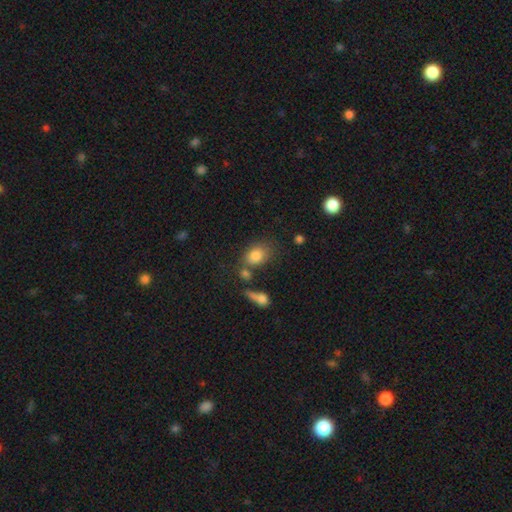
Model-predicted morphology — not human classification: This is clearly a smooth galaxy (81%). How rounded: likely in between (67%). Merging: possibly none (55%).